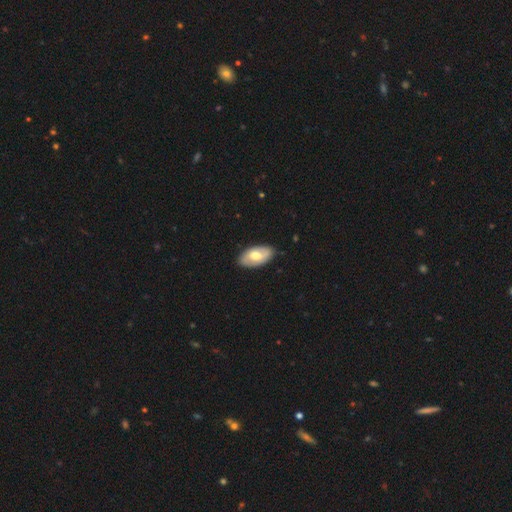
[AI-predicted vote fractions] smooth-or-featured: smooth: 53% | featured or disk: 42% | star or artifact: 5%
  how-rounded: in between: 94% | round: 3% | cigar-shaped: 2%
  merging: none: 85% | minor disturbance: 12% | major disturbance: 2% | merger: 1%